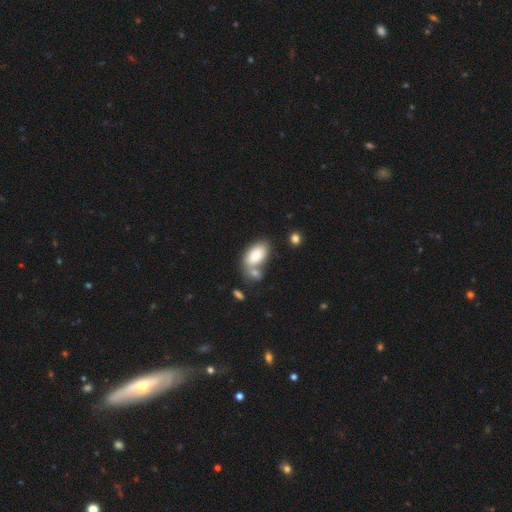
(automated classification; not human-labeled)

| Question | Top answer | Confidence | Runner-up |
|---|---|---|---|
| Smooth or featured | smooth | 84% | featured or disk (9%) |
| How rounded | in between | 94% | round (4%) |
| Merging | none | 41% | merger (39%) |